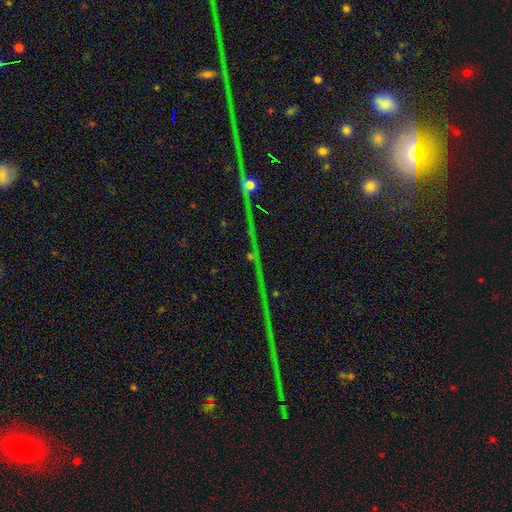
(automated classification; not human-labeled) This appears to be a star or artifact, not a galaxy (74%).